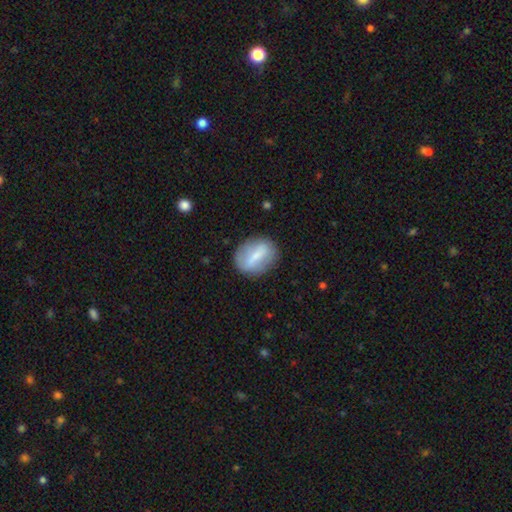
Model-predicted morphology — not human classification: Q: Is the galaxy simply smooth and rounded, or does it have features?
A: smooth — 53%.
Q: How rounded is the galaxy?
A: in between — 60%.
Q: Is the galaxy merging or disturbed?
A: none — 79%.